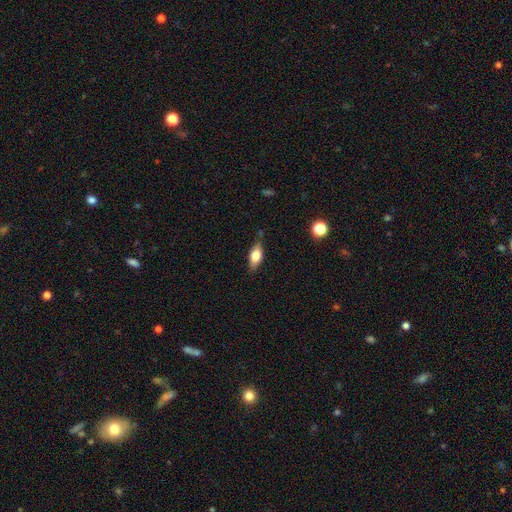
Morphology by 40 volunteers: Volunteers were most divided on "smooth or featured": smooth: 57%, featured or disk: 32%, star or artifact: 10%. More confident: how rounded — in between (83%); merging — none (58%).